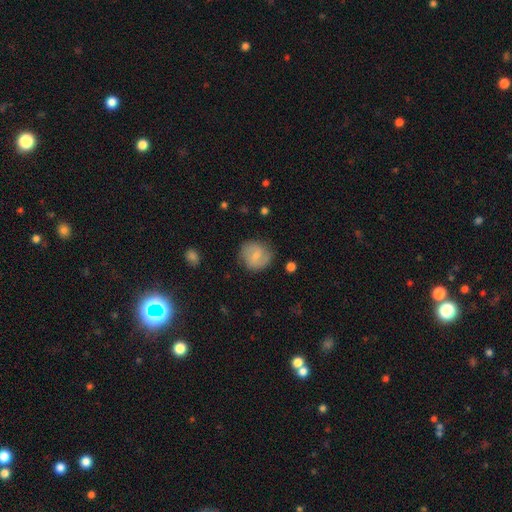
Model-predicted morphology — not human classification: A smooth galaxy with no disk features (54%) that is round (83%). Merging: none (79%).